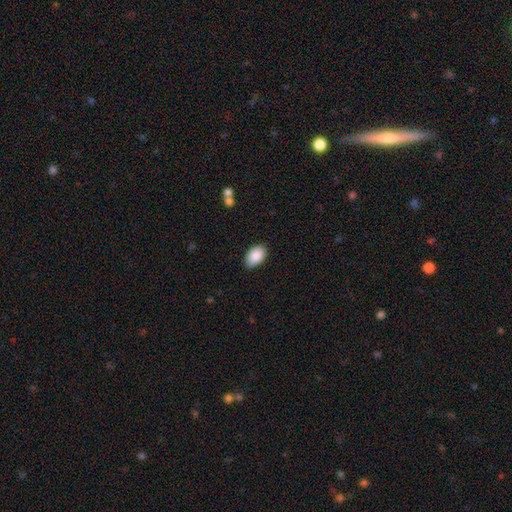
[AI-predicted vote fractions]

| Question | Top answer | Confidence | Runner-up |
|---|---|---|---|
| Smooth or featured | smooth | 89% | star or artifact (7%) |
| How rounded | in between | 93% | round (6%) |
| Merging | none | 85% | minor disturbance (11%) |